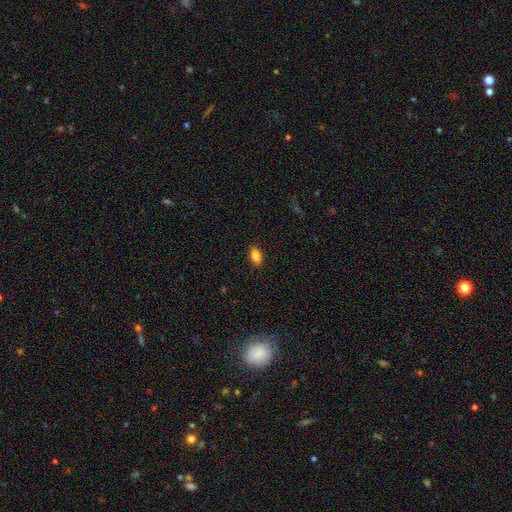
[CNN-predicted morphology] Overall: smooth (86%). How rounded: in between (90%). Merging: none (89%).